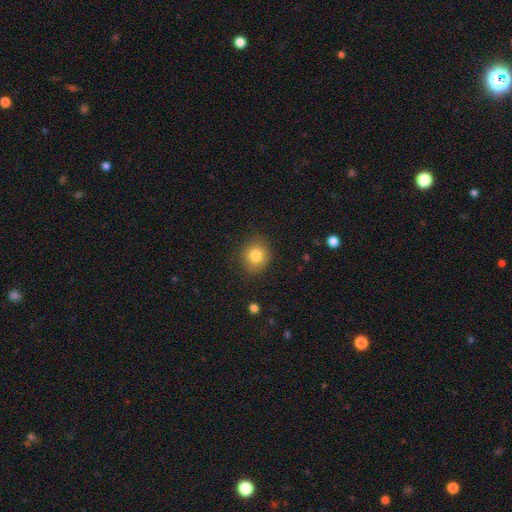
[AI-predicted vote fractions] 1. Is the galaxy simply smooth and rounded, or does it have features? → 82% smooth, 10% star or artifact, 8% featured or disk.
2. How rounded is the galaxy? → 81% round, 18% in between, 1% cigar-shaped.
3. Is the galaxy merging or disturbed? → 84% none, 11% minor disturbance, 3% major disturbance, 1% merger.